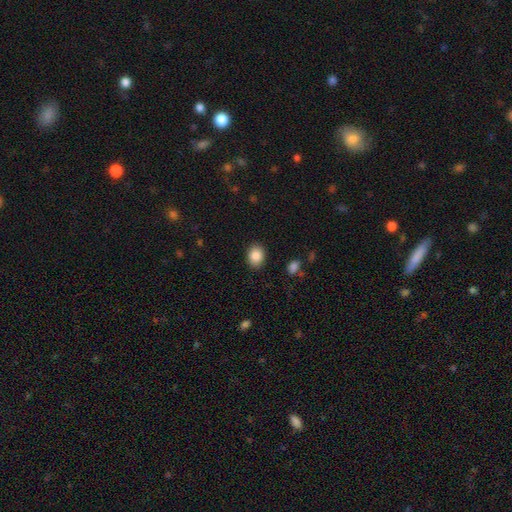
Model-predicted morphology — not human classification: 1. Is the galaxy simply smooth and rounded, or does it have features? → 87% smooth, 8% star or artifact, 4% featured or disk.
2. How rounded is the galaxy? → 53% in between, 46% round, 1% cigar-shaped.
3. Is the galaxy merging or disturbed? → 89% none, 7% minor disturbance, 2% major disturbance, 1% merger.